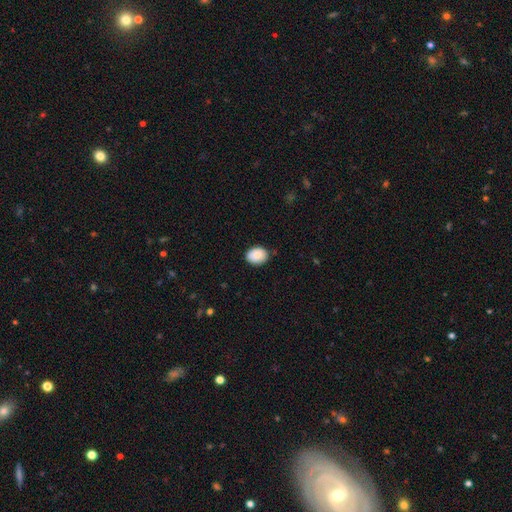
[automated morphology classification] Smooth or featured?
  - smooth: 87% *
  - star or artifact: 7%
  - featured or disk: 6%
How rounded?
  - in between: 59% *
  - round: 40%
  - cigar-shaped: 1%
Merging?
  - none: 84% *
  - minor disturbance: 13%
  - major disturbance: 2%
  - merger: 1%